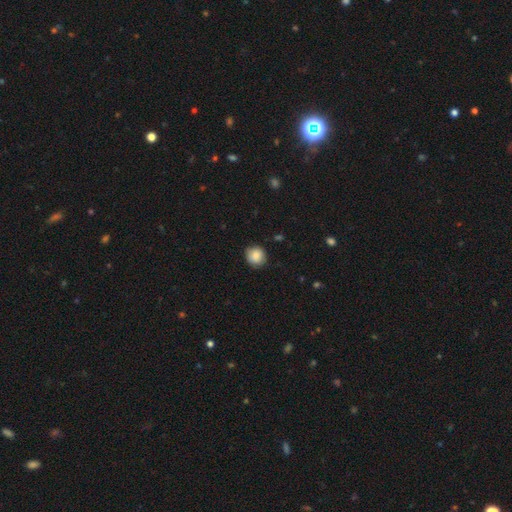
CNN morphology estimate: Smooth or featured?
  - smooth: 87% *
  - star or artifact: 8%
  - featured or disk: 5%
How rounded?
  - round: 89% *
  - in between: 10%
  - cigar-shaped: 1%
Merging?
  - none: 85% *
  - minor disturbance: 11%
  - major disturbance: 2%
  - merger: 1%